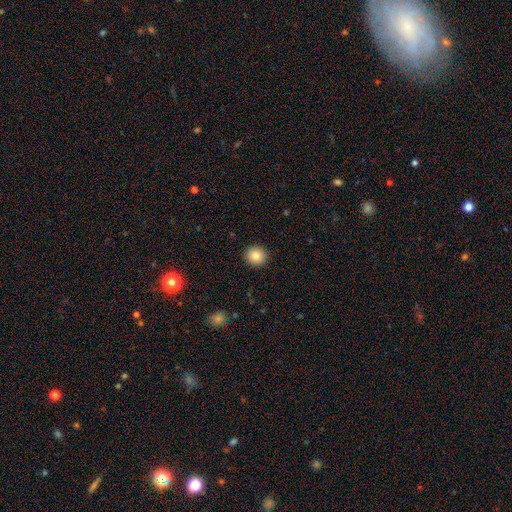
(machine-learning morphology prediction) This appears to be a smooth galaxy with no disk features (83%) that is round (90%). Merging: none (92%).